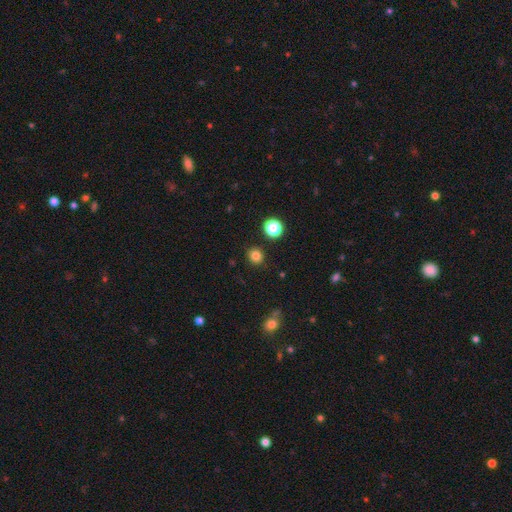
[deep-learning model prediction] smooth 81%, star or artifact 14%, featured or disk 5%. Down the decision tree: how rounded — round (87%); merging — none (88%).